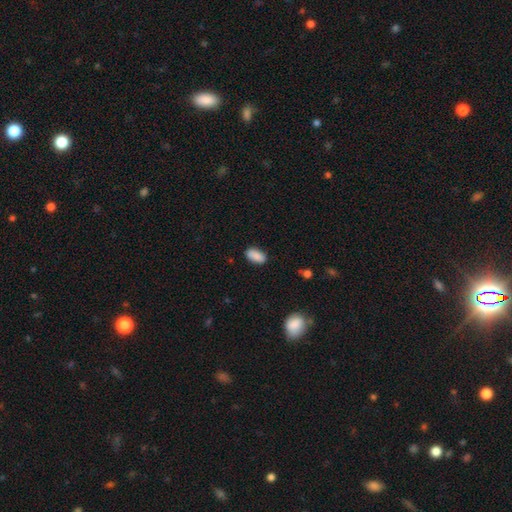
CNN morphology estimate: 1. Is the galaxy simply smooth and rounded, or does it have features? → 88% smooth, 7% star or artifact, 5% featured or disk.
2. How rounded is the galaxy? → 92% in between, 5% cigar-shaped, 4% round.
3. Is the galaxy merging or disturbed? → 84% none, 12% minor disturbance, 2% major disturbance, 1% merger.